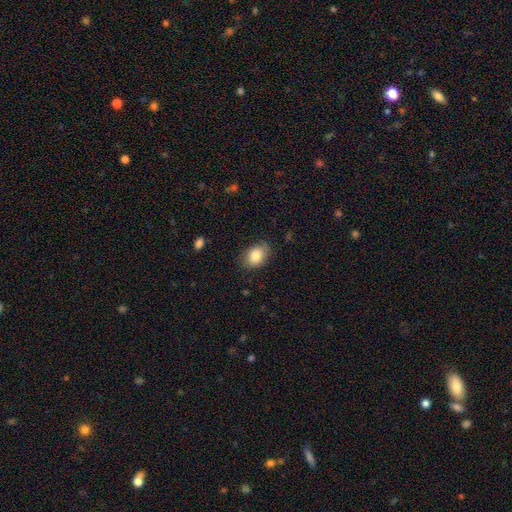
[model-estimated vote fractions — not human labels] A smooth galaxy with no disk features (85%) that is in between round and cigar-shaped (71%). Merging: none (78%).